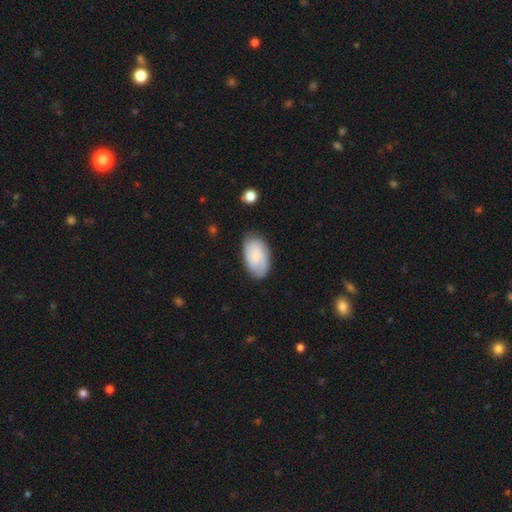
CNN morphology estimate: Smooth or featured? Predicted: smooth (p=0.50). How rounded? Predicted: in between (p=0.93). Merging? Predicted: none (p=0.75).